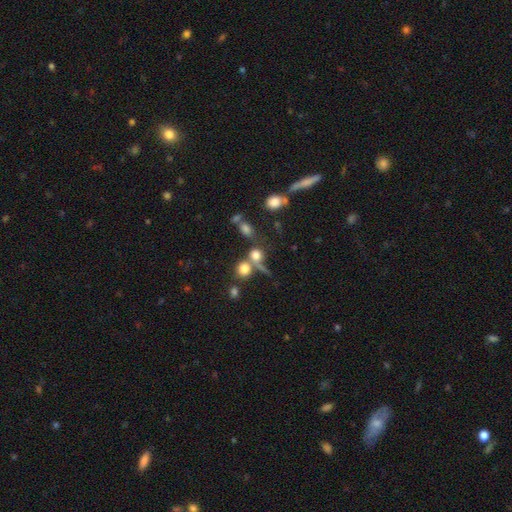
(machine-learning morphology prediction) Smooth or featured? smooth (71%)
How rounded? round (76%)
Merging? merger (41%, tied with none)